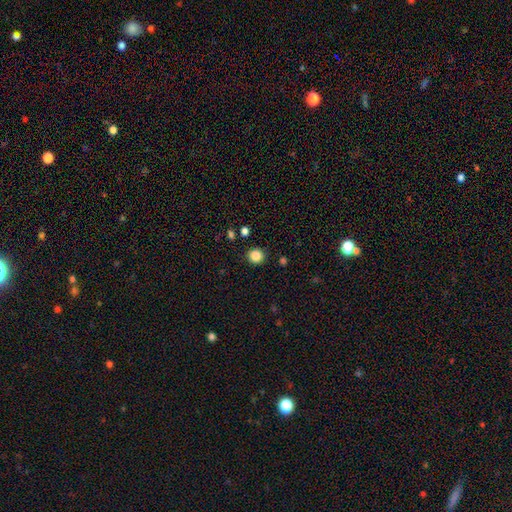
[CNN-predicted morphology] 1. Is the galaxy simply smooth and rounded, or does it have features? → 85% smooth, 11% star or artifact, 4% featured or disk.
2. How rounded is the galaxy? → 90% round, 9% in between, 1% cigar-shaped.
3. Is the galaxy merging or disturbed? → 90% none, 6% minor disturbance, 2% major disturbance, 2% merger.